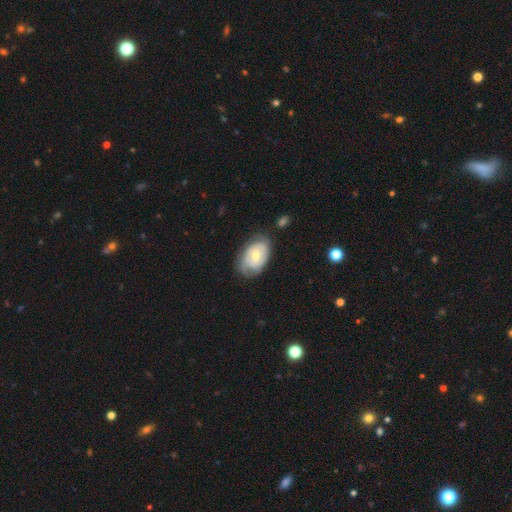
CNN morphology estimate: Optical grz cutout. It shows a featured or disk galaxy (53%) with no bar (50%), spiral arms (72%) and a moderate central bulge (51%). Merging: none (62%).